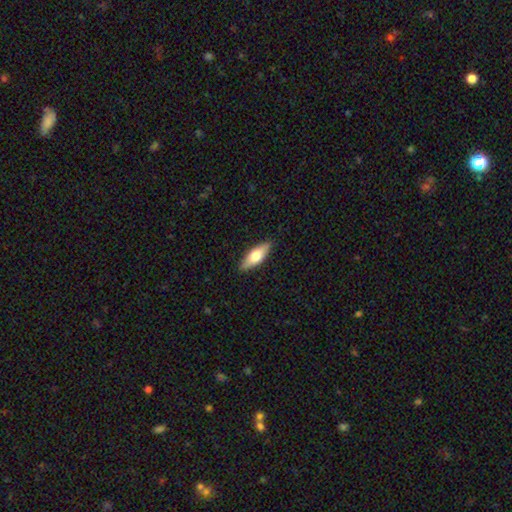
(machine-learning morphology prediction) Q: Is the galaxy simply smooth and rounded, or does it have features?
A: smooth — 66%.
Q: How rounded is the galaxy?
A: in between — 68%.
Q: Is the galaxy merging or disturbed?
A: none — 88%.